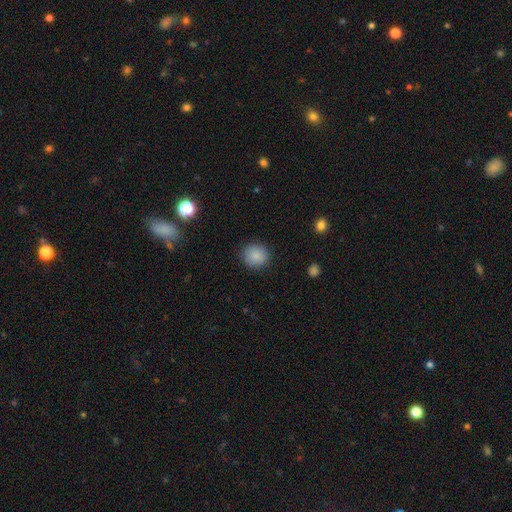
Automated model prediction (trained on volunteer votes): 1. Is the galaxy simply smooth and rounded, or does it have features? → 87% smooth, 9% star or artifact, 4% featured or disk.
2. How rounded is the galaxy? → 86% round, 13% in between, 1% cigar-shaped.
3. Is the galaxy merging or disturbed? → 89% none, 8% minor disturbance, 3% major disturbance, 1% merger.